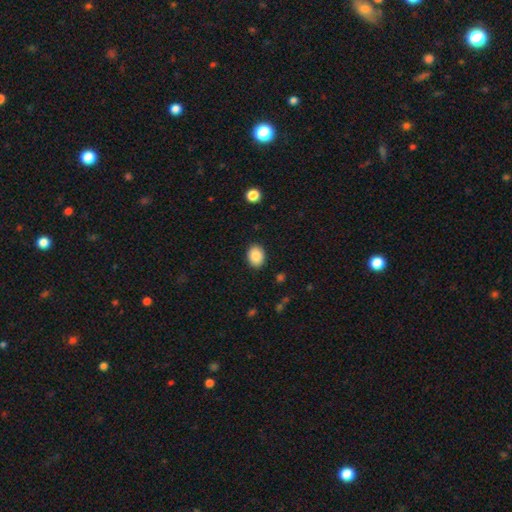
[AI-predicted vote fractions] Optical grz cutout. It shows a smooth galaxy with no disk features (87%) that is in between round and cigar-shaped (67%). Merging: none (89%).